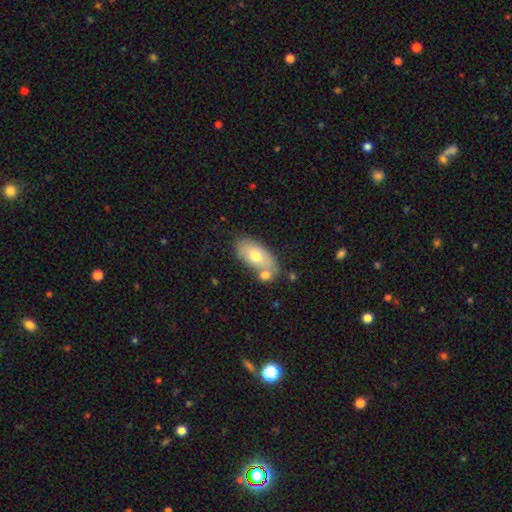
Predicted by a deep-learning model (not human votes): smooth-or-featured: smooth: 65% | featured or disk: 28% | star or artifact: 7%
  how-rounded: in between: 91% | round: 5% | cigar-shaped: 4%
  merging: none: 56% | merger: 24% | minor disturbance: 15% | major disturbance: 4%